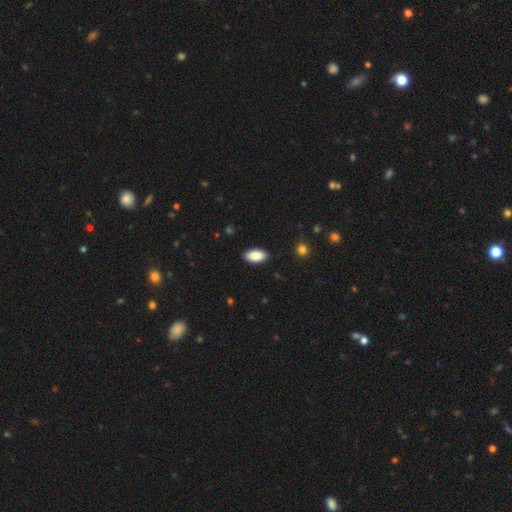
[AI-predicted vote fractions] This is clearly a smooth galaxy (88%). How rounded: clearly in between (93%). Merging: clearly none (89%).